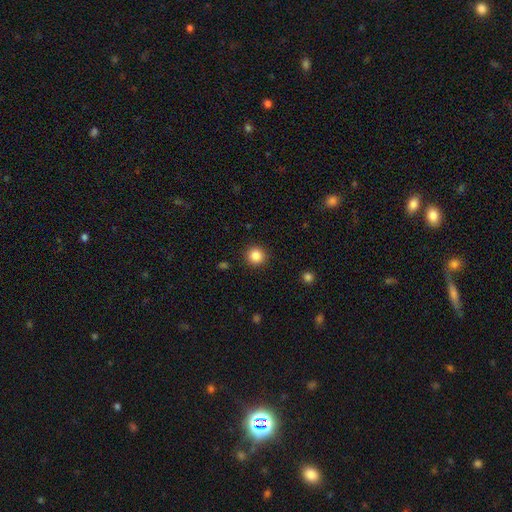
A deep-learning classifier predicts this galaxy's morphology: smooth 85%, star or artifact 11%, featured or disk 4%. Down the decision tree: how rounded — round (94%); merging — none (91%).